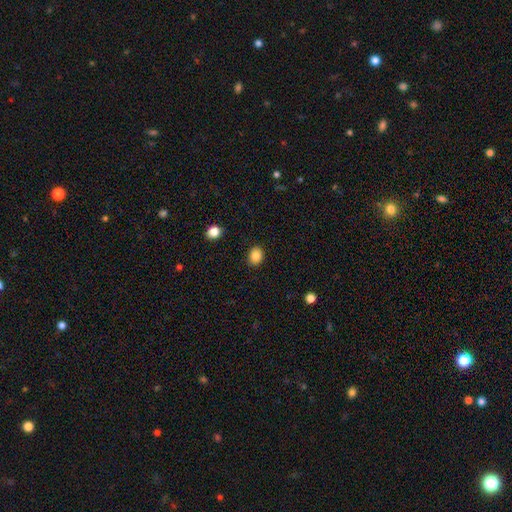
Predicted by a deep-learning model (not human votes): Smooth or featured? Predicted: smooth (p=0.86). How rounded? Predicted: round (p=0.54). Merging? Predicted: none (p=0.89).